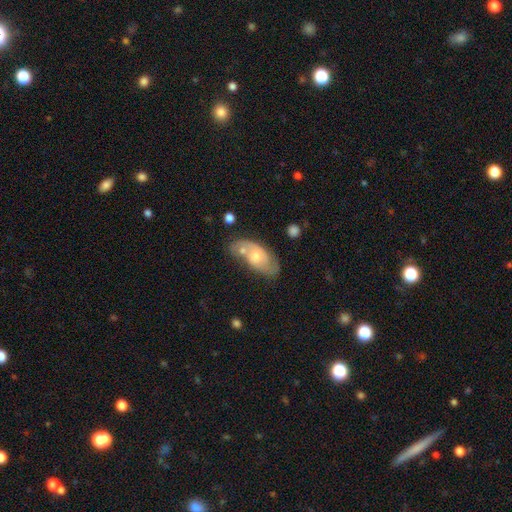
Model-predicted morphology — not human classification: Smooth or featured: featured or disk — 53% (smooth — 40%)
Edge-on disk: no — 90% (yes — 10%)
Merging: none — 47% (merger — 26%)